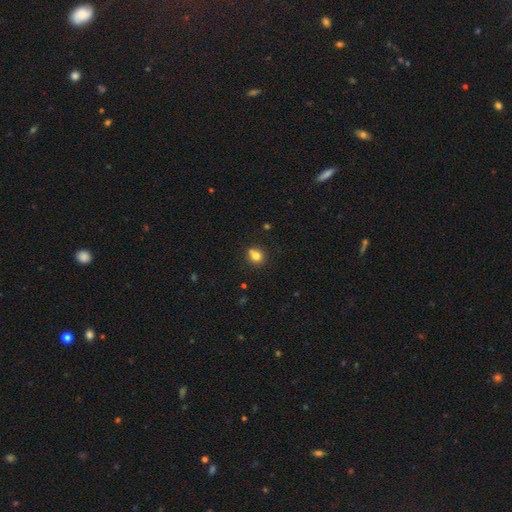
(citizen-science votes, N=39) Smooth or featured? 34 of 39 (87%) said smooth. How rounded? 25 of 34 (74%) said round. Merging? 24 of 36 (67%) said none.